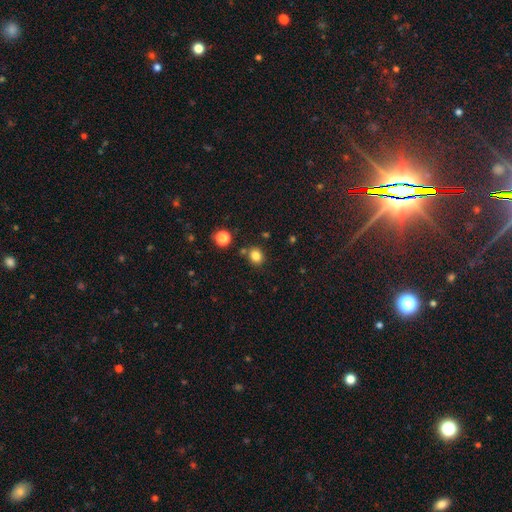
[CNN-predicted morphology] This is clearly a smooth galaxy (82%). How rounded: likely round (70%). Merging: likely none (79%).